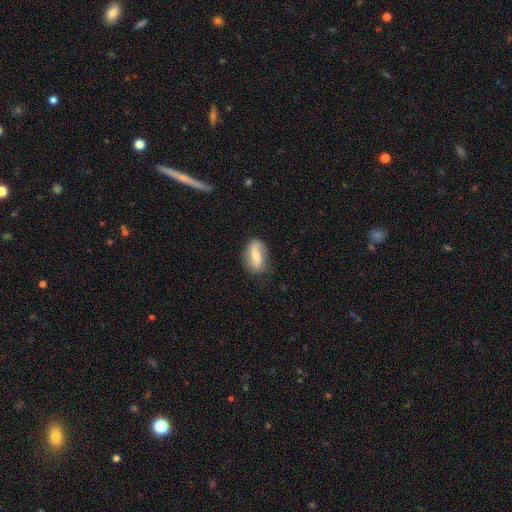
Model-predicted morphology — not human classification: smooth 56%, featured or disk 37%, star or artifact 7%. Down the decision tree: how rounded — in between (86%); merging — none (75%).